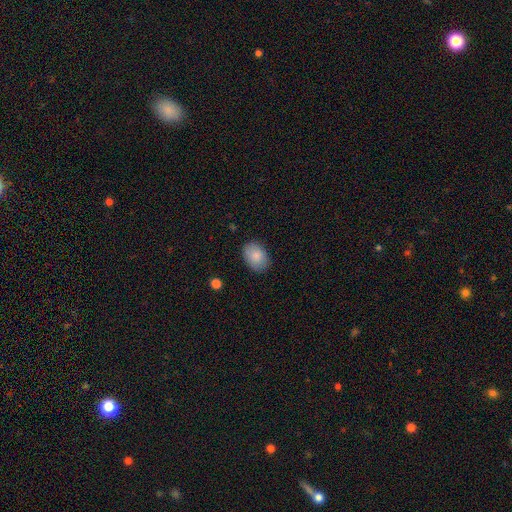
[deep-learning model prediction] A smooth galaxy with no disk features (86%) that is in between round and cigar-shaped (80%).

Vote fractions:
- Smooth or featured? smooth: 86% / featured or disk: 8% / star or artifact: 7%
- How rounded? in between: 80% / round: 19% / cigar-shaped: 1%
- Merging? none: 84% / minor disturbance: 12% / major disturbance: 3% / merger: 1%